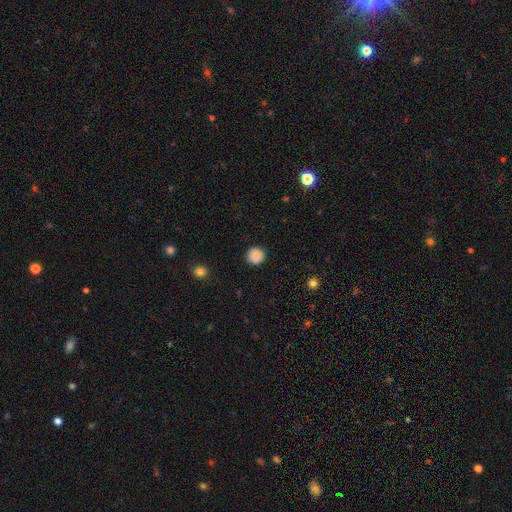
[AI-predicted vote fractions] Smooth or featured? smooth (81%)
How rounded? round (93%)
Merging? none (88%)